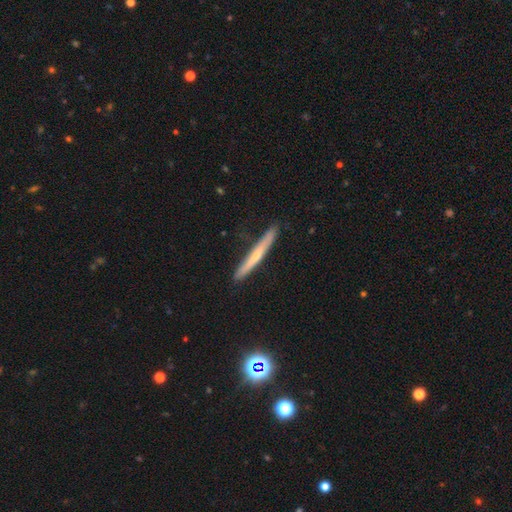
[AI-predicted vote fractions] smooth-or-featured: featured or disk: 47% (tied) | smooth: 47% (tied) | star or artifact: 6%
  merging: none: 87% | minor disturbance: 10% | major disturbance: 2% | merger: 1%